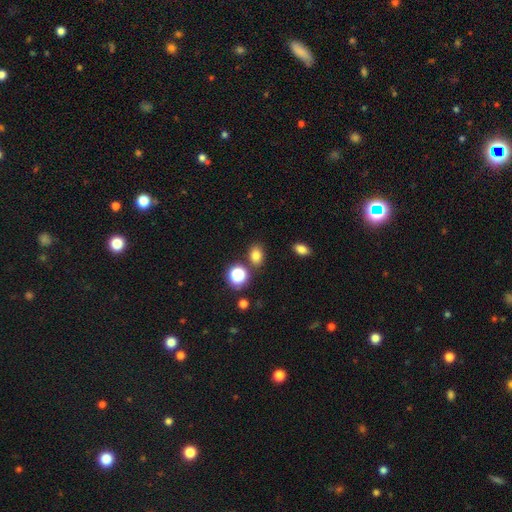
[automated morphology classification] smooth-or-featured: smooth: 79% | star or artifact: 16% | featured or disk: 6%
  how-rounded: in between: 63% | round: 35% | cigar-shaped: 1%
  merging: none: 78% | minor disturbance: 11% | merger: 8% | major disturbance: 3%